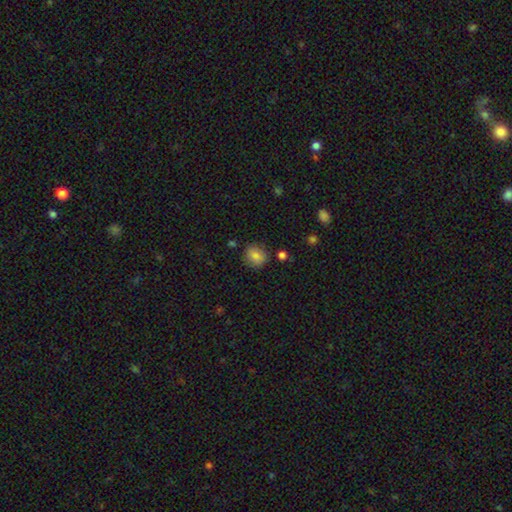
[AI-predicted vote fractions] A smooth galaxy with no disk features (83%) that is round (78%). Merging: none (83%).